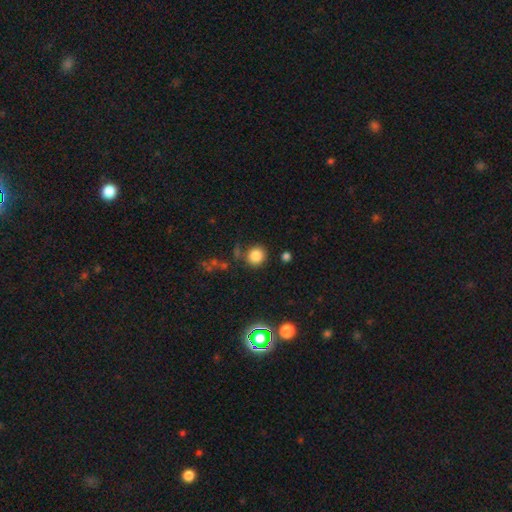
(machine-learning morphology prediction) This is clearly a smooth galaxy (83%). How rounded: clearly round (88%). Merging: clearly none (81%).